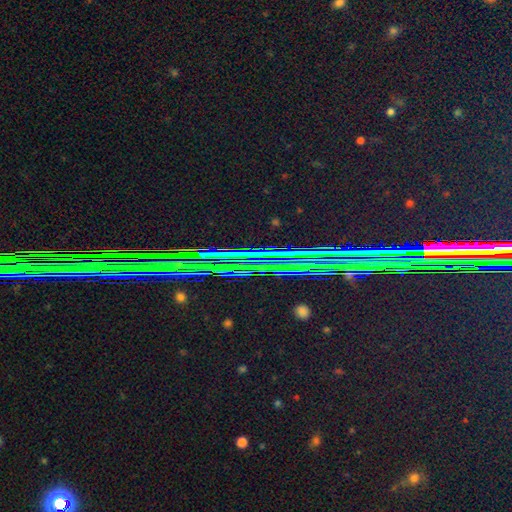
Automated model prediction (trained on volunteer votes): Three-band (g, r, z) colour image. It shows a star or artifact, not a galaxy (87%).